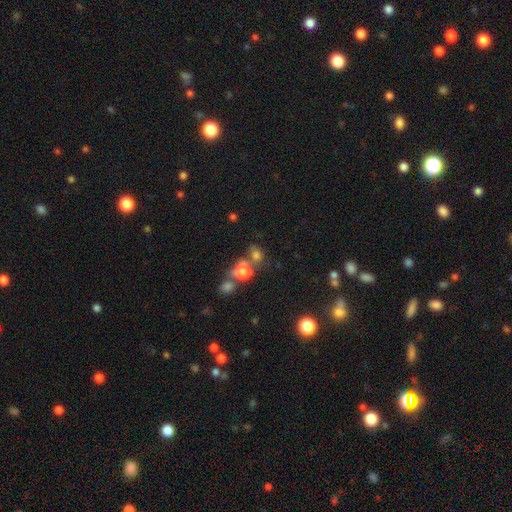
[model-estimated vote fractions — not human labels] A smooth galaxy with no disk features (64%) that is round (64%). Merging: merger (41%).